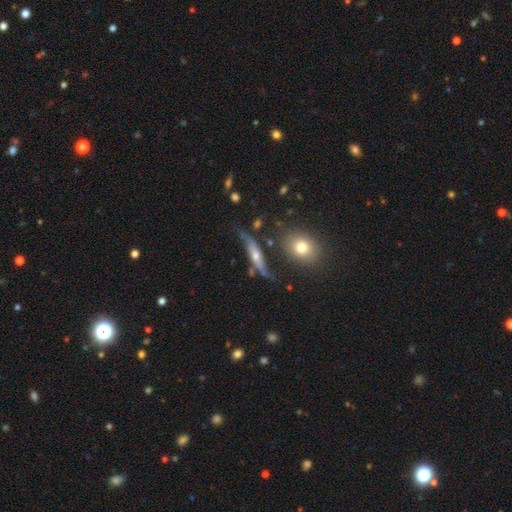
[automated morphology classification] smooth-or-featured: featured or disk: 70% | smooth: 18% | star or artifact: 12%
  disk-edge-on: yes: 62% | no: 38%
  merging: none: 61% | minor disturbance: 21% | major disturbance: 12% | merger: 6%